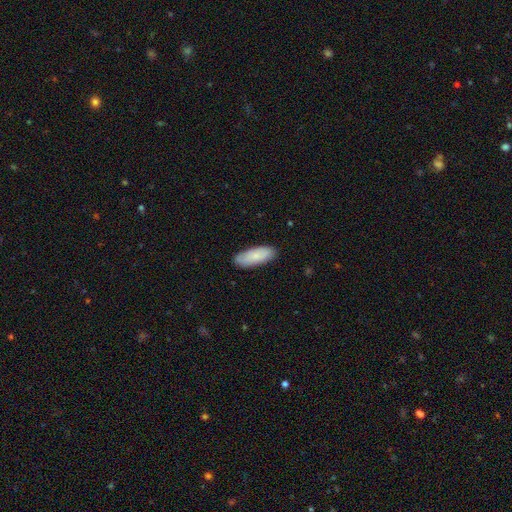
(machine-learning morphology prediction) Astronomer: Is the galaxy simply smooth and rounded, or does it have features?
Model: smooth — 80%.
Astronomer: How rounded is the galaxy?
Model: in between — 75%.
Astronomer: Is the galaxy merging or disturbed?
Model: none — 85%.